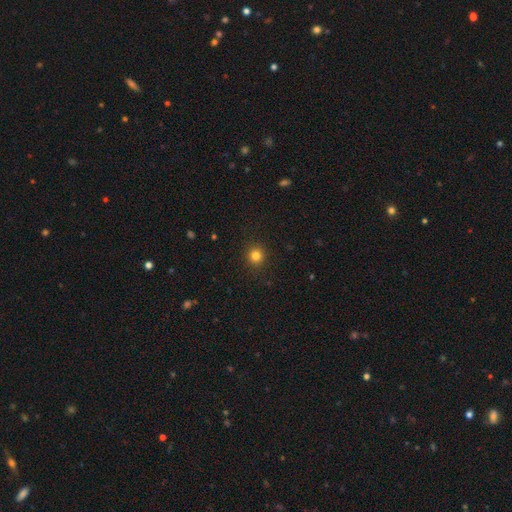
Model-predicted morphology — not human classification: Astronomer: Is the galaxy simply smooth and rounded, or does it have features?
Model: smooth — 82%.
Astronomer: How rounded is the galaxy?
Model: round — 93%.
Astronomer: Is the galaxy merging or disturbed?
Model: none — 92%.